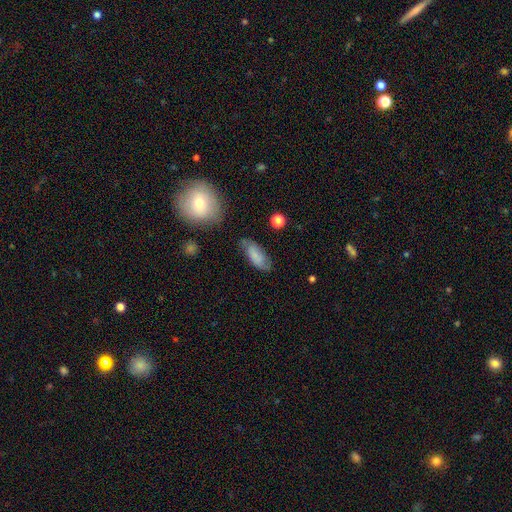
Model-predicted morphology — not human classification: smooth 71%, featured or disk 21%, star or artifact 8%. Down the decision tree: how rounded — in between (80%); merging — none (69%).